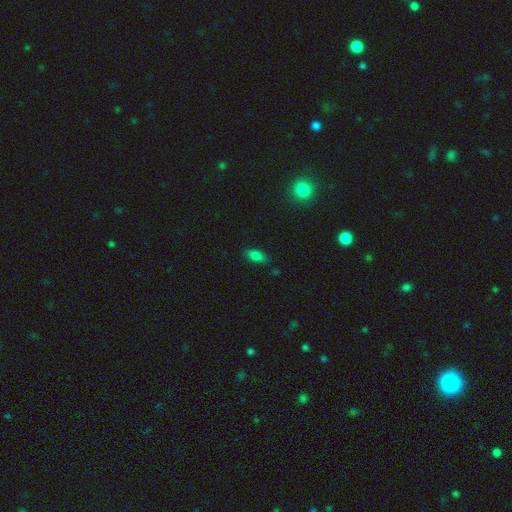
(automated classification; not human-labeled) This appears to be a smooth galaxy with no disk features (79%) that is in between round and cigar-shaped (86%). Merging: none (81%).